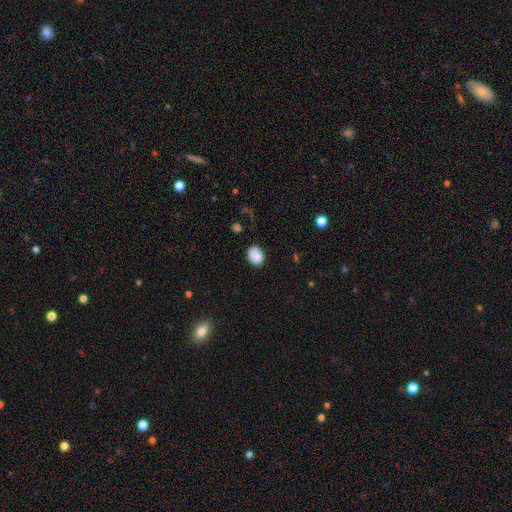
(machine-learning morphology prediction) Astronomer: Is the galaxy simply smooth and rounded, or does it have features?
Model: smooth — 83%.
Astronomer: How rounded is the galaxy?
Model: in between — 63%.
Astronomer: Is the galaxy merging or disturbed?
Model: none — 72%.